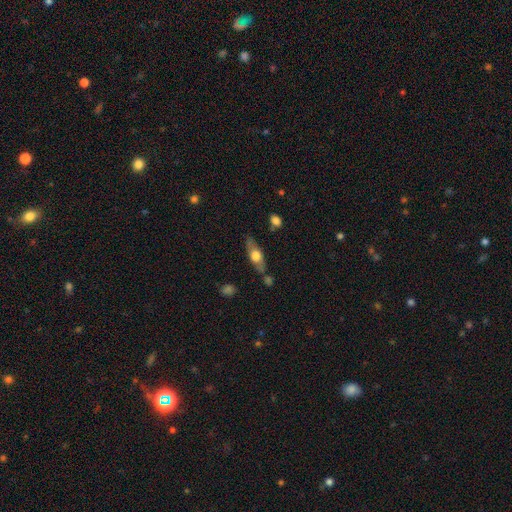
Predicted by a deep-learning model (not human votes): Overall: featured or disk (48%; smooth 46%). Merging: none (71%).